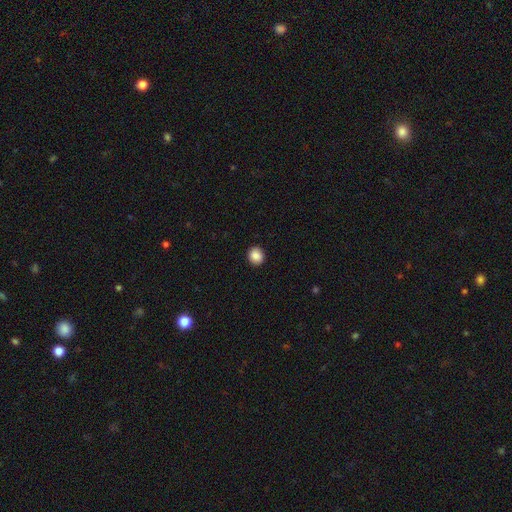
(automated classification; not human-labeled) Smooth or featured? smooth (88%)
How rounded? round (79%)
Merging? none (92%)